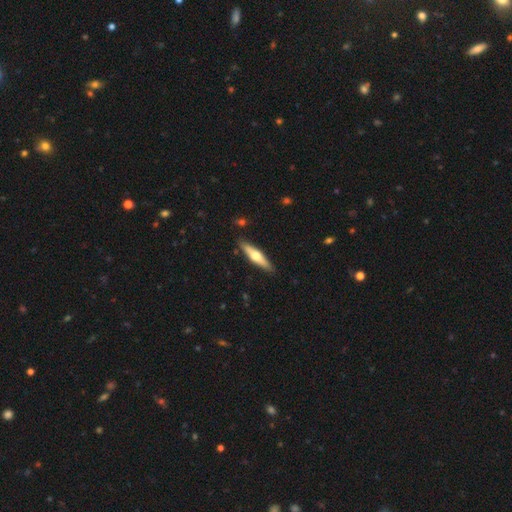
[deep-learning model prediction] Q: Smooth or featured?
A: featured or disk (57%); runner-up: smooth (38%)
Q: Edge-on disk?
A: yes (94%); runner-up: no (6%)
Q: Edge-on bulge?
A: rounded (93%); runner-up: boxy (4%)
Q: Merging?
A: none (89%); runner-up: minor disturbance (8%)